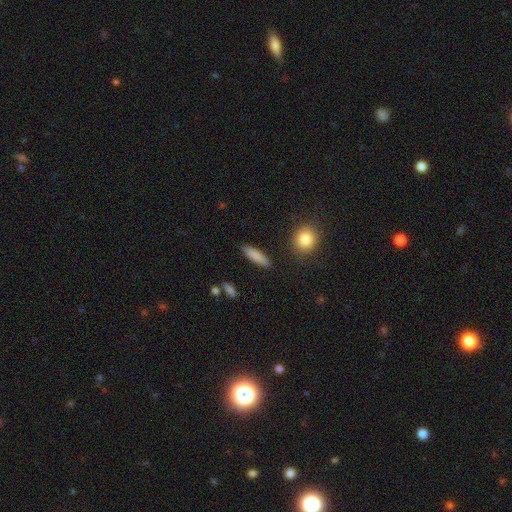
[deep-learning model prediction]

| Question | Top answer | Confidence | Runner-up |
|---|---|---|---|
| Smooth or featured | smooth | 83% | featured or disk (11%) |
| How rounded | cigar-shaped | 73% | in between (25%) |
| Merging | none | 87% | minor disturbance (8%) |